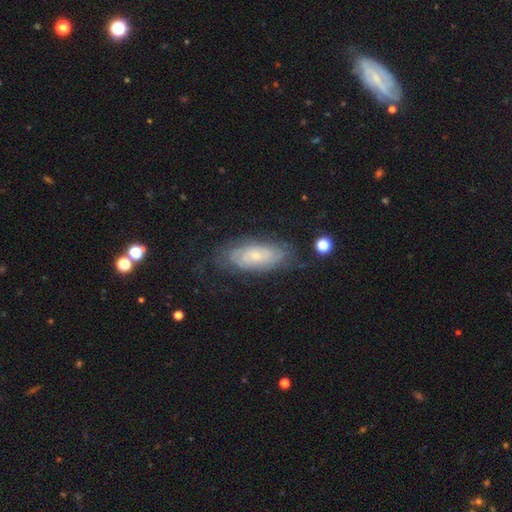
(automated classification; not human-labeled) This is likely a featured or disk galaxy (67%). It is clearly not viewed edge-on (89%). Bar: likely no (72%). Spiral arm pattern: clearly yes (84%). Spiral arm count: possibly can't tell (57%). Spiral winding: likely tight (68%). Central bulge: likely small (68%). Merging: likely none (69%).